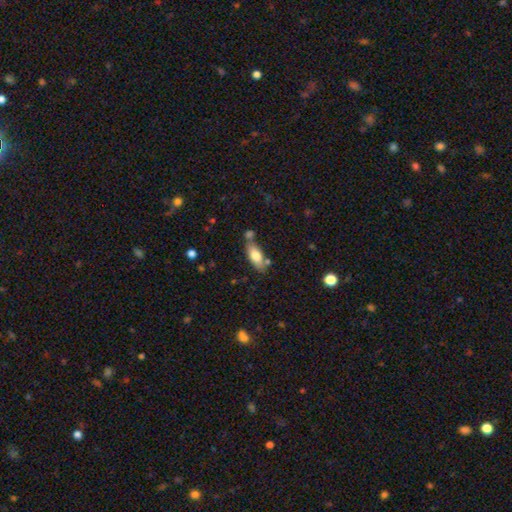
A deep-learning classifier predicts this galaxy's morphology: Smooth or featured: smooth — 74% (featured or disk — 19%)
How rounded: in between — 79% (cigar-shaped — 18%)
Merging: none — 64% (minor disturbance — 16%)